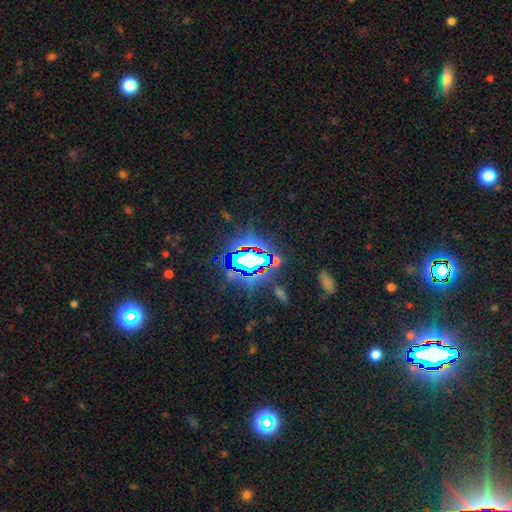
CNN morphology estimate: Overall: star or artifact (73%).